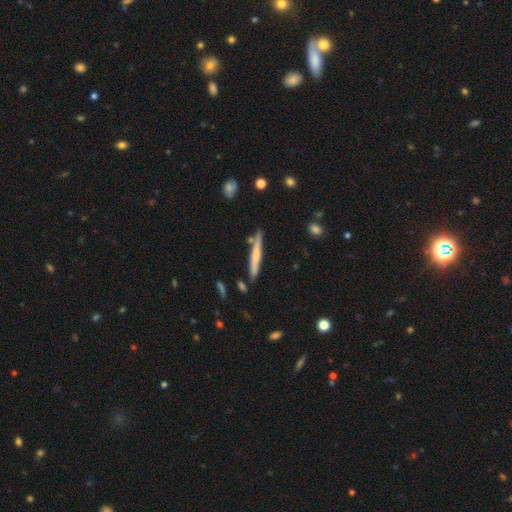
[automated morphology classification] smooth 55%, featured or disk 40%, star or artifact 6%. Down the decision tree: how rounded — cigar-shaped (96%); merging — none (80%).